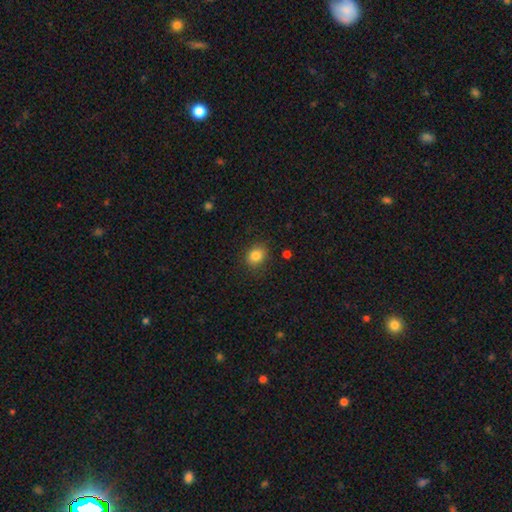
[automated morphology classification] smooth 84%, star or artifact 11%, featured or disk 6%. Down the decision tree: how rounded — round (61%); merging — none (84%).